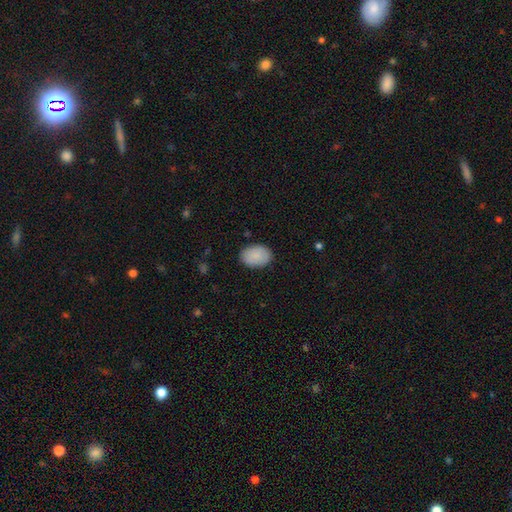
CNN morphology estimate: The model was most divided on "how rounded": in between: 79%, round: 20%, cigar-shaped: 1%. More confident: smooth or featured — smooth (89%); merging — none (86%).